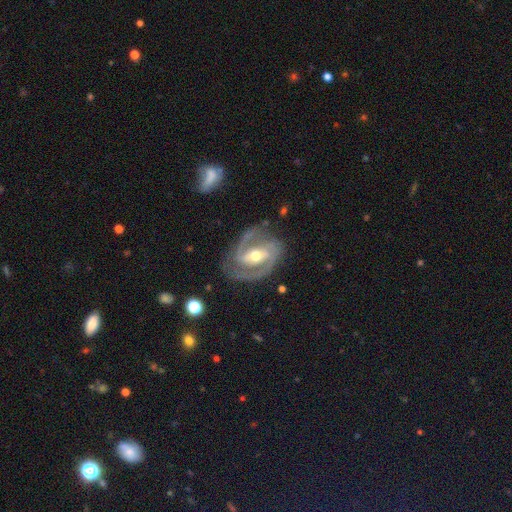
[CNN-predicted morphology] featured or disk 91%, smooth 5%, star or artifact 4%. Down the decision tree: edge-on disk — no (97%); bar — strong (46%); spiral arms — yes (97%); spiral arm count — 2 (88%); spiral winding — medium (51%); bulge size — moderate (65%); merging — none (77%).